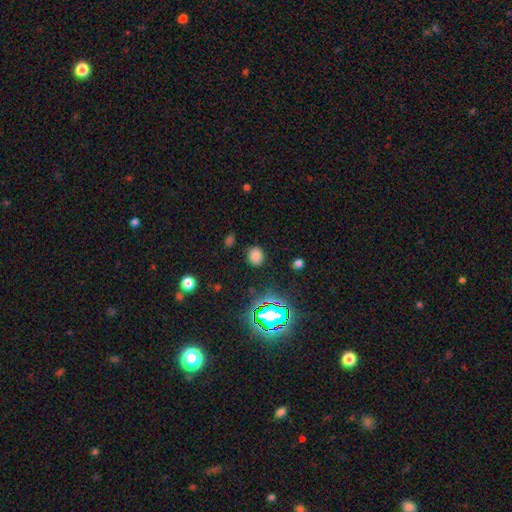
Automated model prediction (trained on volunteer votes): smooth 73%, star or artifact 21%, featured or disk 6%. Down the decision tree: how rounded — round (60%); merging — none (85%).